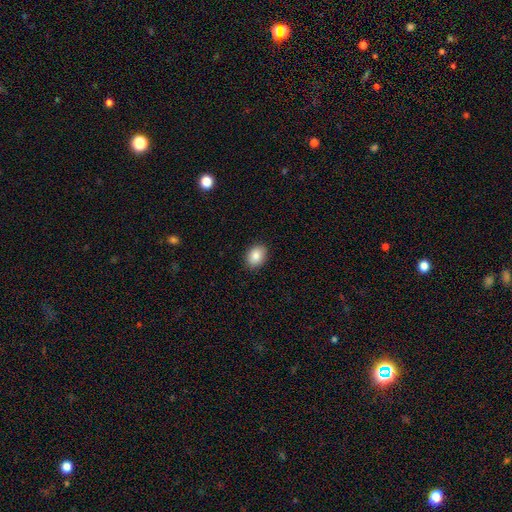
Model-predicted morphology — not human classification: Smooth or featured: smooth — 86% (star or artifact — 8%)
How rounded: in between — 68% (round — 31%)
Merging: none — 89% (minor disturbance — 8%)